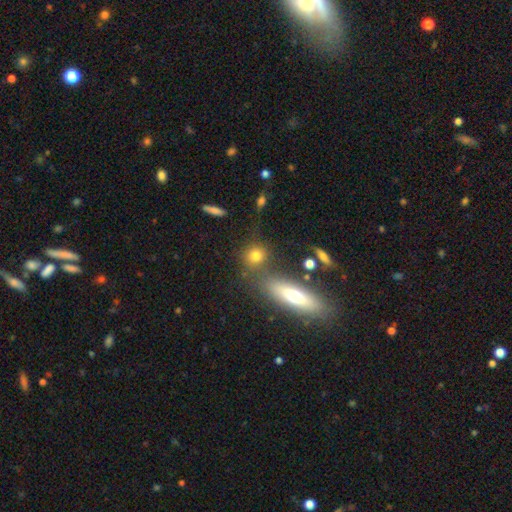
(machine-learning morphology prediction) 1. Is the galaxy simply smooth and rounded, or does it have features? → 75% smooth, 14% star or artifact, 11% featured or disk.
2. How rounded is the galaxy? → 73% round, 22% in between, 5% cigar-shaped.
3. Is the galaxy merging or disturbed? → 65% none, 18% merger, 11% minor disturbance, 6% major disturbance.